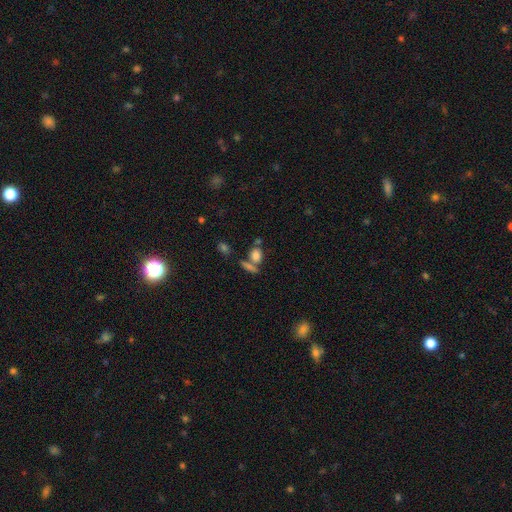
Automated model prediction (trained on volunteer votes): Smooth or featured? smooth (78%)
How rounded? in between (56%)
Merging? none (53%)